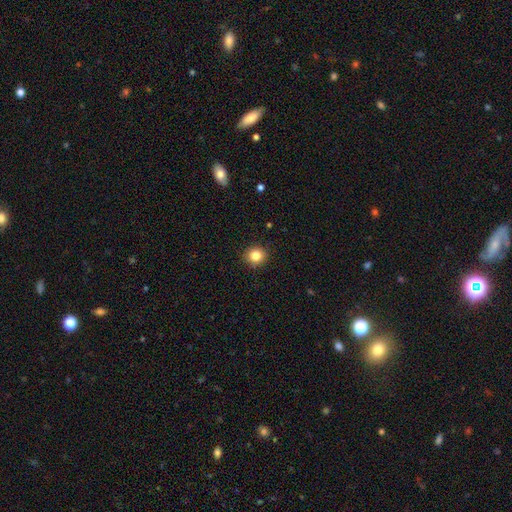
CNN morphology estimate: Q: Smooth or featured?
A: smooth (83%); runner-up: star or artifact (11%)
Q: How rounded?
A: round (85%); runner-up: in between (14%)
Q: Merging?
A: none (91%); runner-up: minor disturbance (6%)